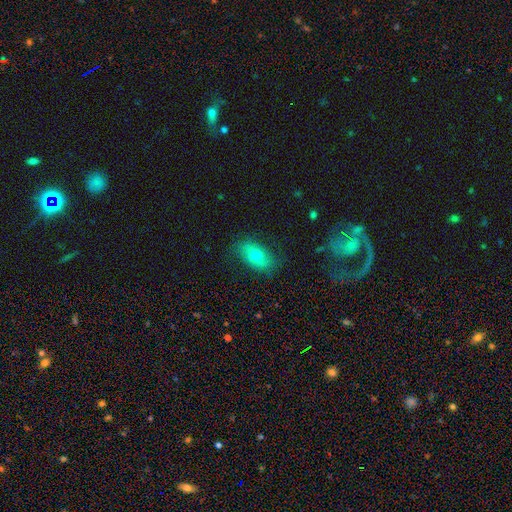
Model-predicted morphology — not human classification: A smooth galaxy with no disk features (68%) that is in between round and cigar-shaped (88%).

Vote fractions:
- Smooth or featured? smooth: 68% / featured or disk: 24% / star or artifact: 9%
- How rounded? in between: 88% / round: 8% / cigar-shaped: 4%
- Merging? none: 78% / minor disturbance: 16% / major disturbance: 5% / merger: 1%